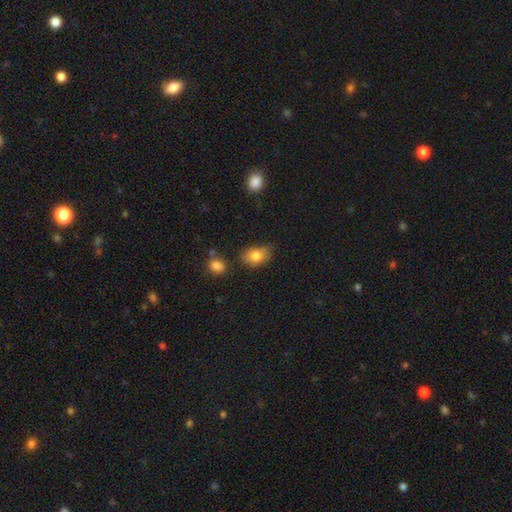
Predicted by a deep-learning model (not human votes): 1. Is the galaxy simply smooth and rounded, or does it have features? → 81% smooth, 10% featured or disk, 9% star or artifact.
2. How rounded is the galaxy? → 77% in between, 22% round, 1% cigar-shaped.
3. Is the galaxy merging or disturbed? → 69% none, 23% minor disturbance, 4% major disturbance, 4% merger.